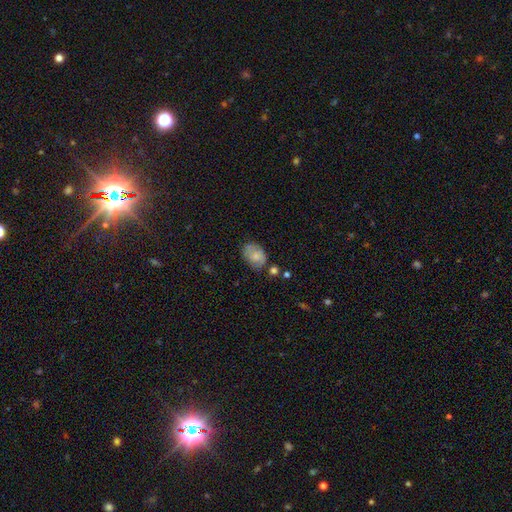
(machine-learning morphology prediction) A smooth galaxy with no disk features (68%) that is in between round and cigar-shaped (77%). Merging: none (55%).